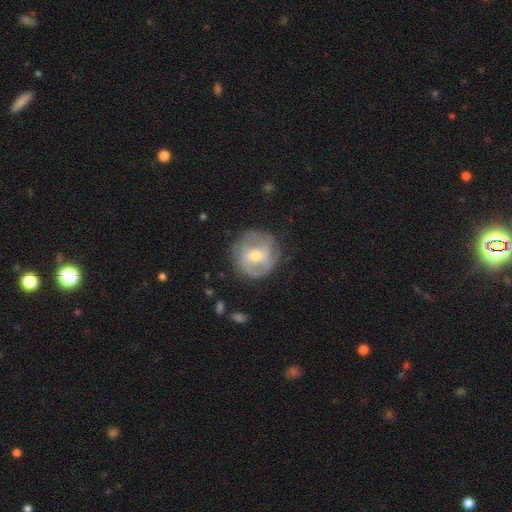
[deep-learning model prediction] smooth-or-featured: featured or disk: 74% | smooth: 20% | star or artifact: 6%
  disk-edge-on: no: 97% | yes: 3%
    bar: weak: 52% | no: 29% | strong: 20%
    has-spiral-arms: yes: 86% | no: 14%
      spiral-winding: medium: 44% | tight: 36% | loose: 20%
      spiral-arm-count: 2: 56% | can't tell: 21% | 3: 13% | 1: 4% | 4: 3% | more than 4: 3%
    bulge-size: moderate: 59% | small: 36% | large: 3% | none: 1% | dominant: 1%
  merging: none: 75% | minor disturbance: 17% | major disturbance: 7% | merger: 1%